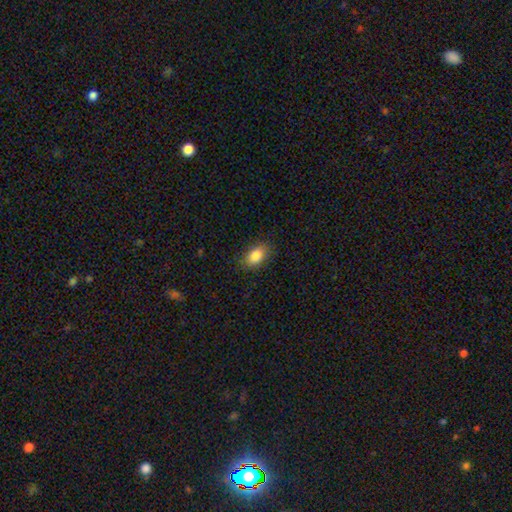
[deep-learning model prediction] smooth 85%, star or artifact 8%, featured or disk 7%. Down the decision tree: how rounded — in between (86%); merging — none (85%).